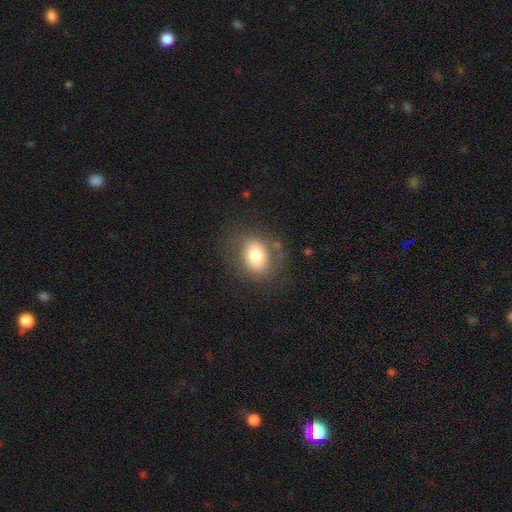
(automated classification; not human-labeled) A smooth galaxy with no disk features (76%) that is in between round and cigar-shaped (66%).

Vote fractions:
- Smooth or featured? smooth: 76% / featured or disk: 16% / star or artifact: 9%
- How rounded? in between: 66% / round: 33% / cigar-shaped: 1%
- Merging? none: 74% / minor disturbance: 16% / major disturbance: 8% / merger: 2%